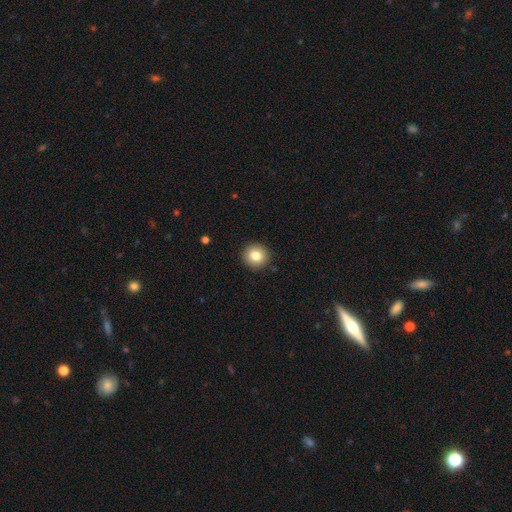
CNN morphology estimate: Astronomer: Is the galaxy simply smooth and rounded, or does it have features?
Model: smooth — 82%.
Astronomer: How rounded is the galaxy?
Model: round — 94%.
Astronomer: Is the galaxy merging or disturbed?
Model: none — 92%.